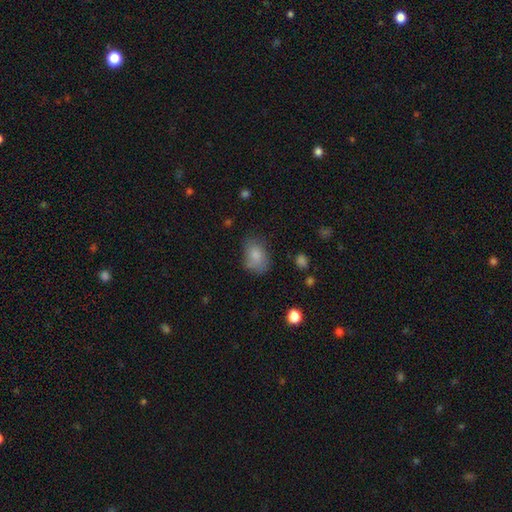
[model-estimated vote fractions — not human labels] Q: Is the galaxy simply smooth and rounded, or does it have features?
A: smooth — 81%.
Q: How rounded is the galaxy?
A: in between — 76%.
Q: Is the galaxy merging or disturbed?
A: none — 55%.